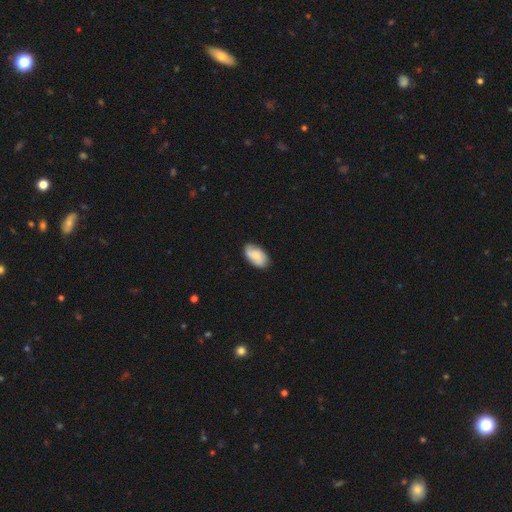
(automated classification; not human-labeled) Morphology: type=smooth (65%); roundness=in between (93%); merging=none (79%).